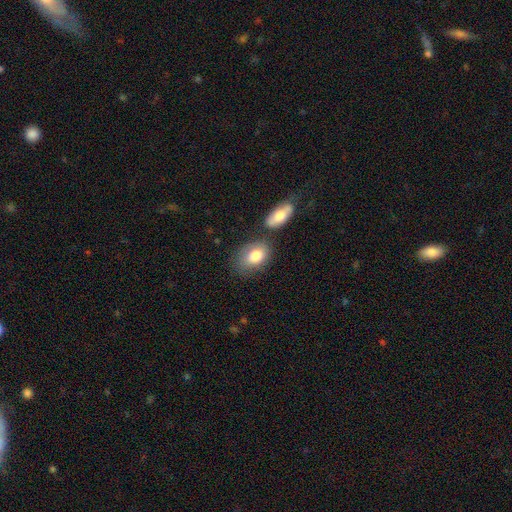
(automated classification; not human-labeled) Morphology: type=smooth (80%); roundness=in between (84%); merging=none (59%).